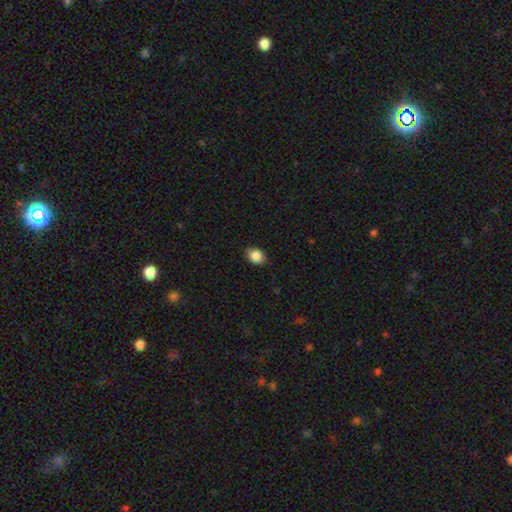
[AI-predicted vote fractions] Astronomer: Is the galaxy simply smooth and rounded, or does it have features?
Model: smooth — 87%.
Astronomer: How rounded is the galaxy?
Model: in between — 64%.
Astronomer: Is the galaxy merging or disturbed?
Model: none — 84%.